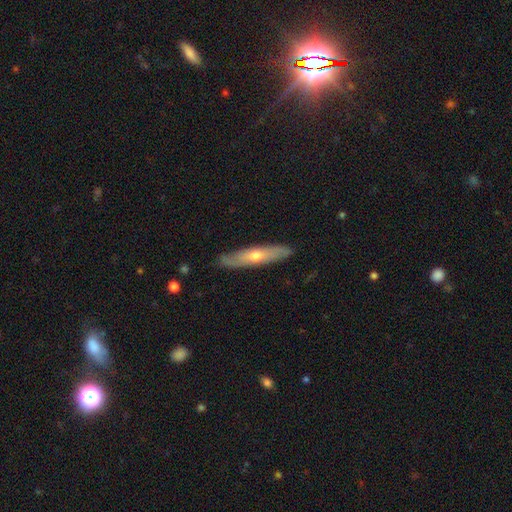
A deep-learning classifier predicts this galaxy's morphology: featured or disk 54%, smooth 39%, star or artifact 6%. Down the decision tree: edge-on disk — yes (74%); merging — none (86%).